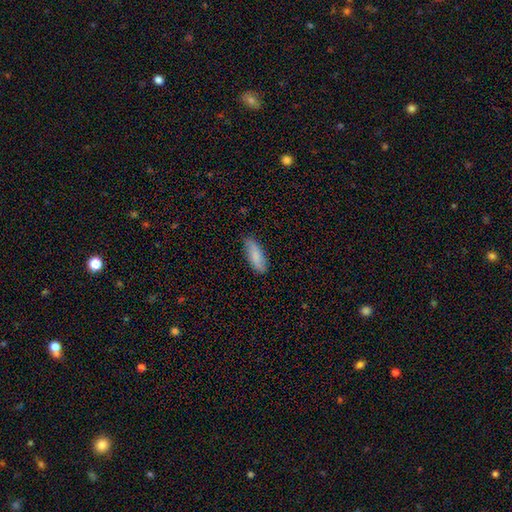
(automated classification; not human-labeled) Smooth or featured? smooth (81%)
How rounded? in between (65%)
Merging? none (82%)